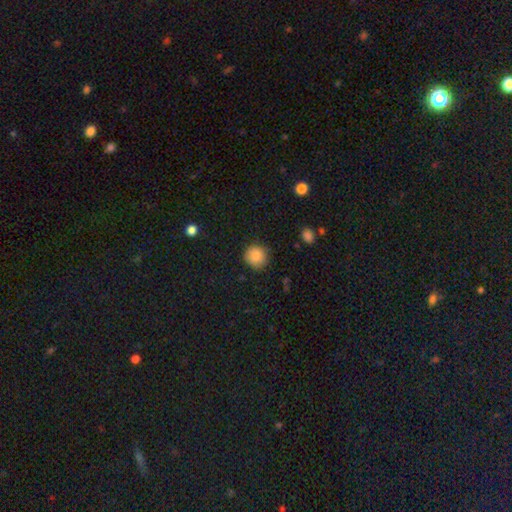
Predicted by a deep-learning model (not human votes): Morphology: type=smooth (86%); roundness=round (91%); merging=none (85%).